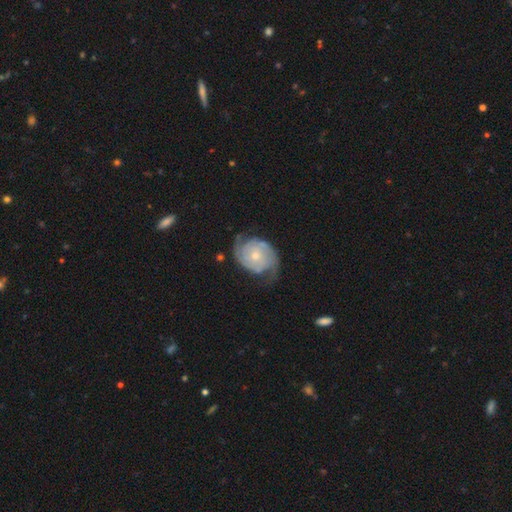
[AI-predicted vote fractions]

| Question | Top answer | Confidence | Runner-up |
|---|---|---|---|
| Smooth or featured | featured or disk | 85% | smooth (10%) |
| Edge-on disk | no | 98% | yes (2%) |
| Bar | no | 75% | weak (21%) |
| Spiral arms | yes | 95% | no (5%) |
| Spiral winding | tight | 44% | medium (38%) |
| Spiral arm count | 2 | 81% | can't tell (8%) |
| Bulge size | small | 62% | moderate (34%) |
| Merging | none | 64% | minor disturbance (22%) |